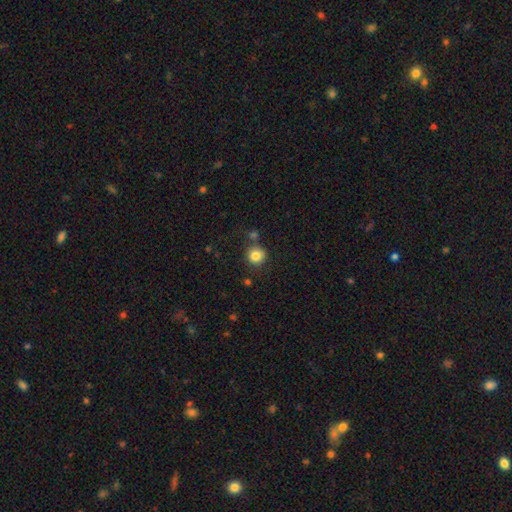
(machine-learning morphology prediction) smooth 84%, star or artifact 10%, featured or disk 6%. Down the decision tree: how rounded — round (93%); merging — none (80%).